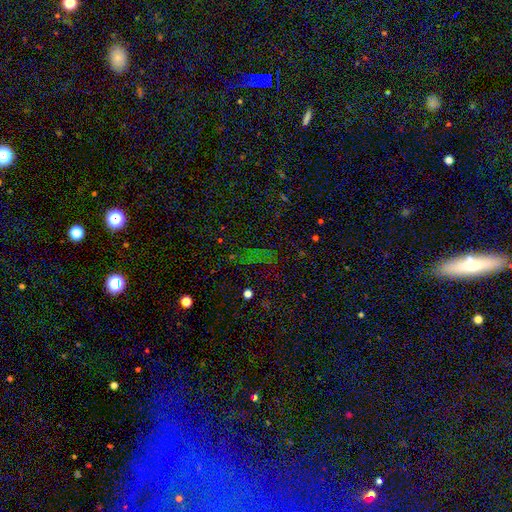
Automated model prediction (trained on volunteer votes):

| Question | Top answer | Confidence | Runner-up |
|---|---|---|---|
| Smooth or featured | star or artifact | 61% | smooth (25%) |